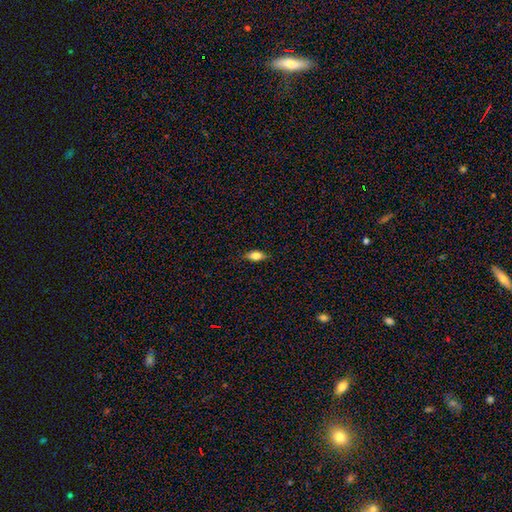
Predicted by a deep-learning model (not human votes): A smooth galaxy with no disk features (74%) that is in between round and cigar-shaped (82%).

Vote fractions:
- Smooth or featured? smooth: 74% / featured or disk: 18% / star or artifact: 9%
- How rounded? in between: 82% / cigar-shaped: 13% / round: 5%
- Merging? none: 84% / minor disturbance: 12% / major disturbance: 3% / merger: 1%